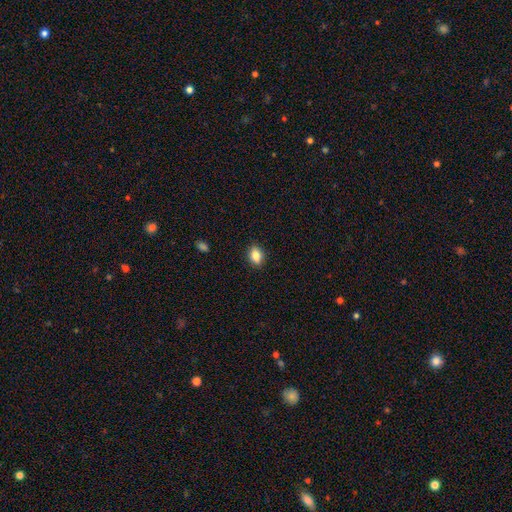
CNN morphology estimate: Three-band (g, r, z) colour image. It shows a smooth galaxy with no disk features (83%) that is in between round and cigar-shaped (76%). Merging: none (88%).